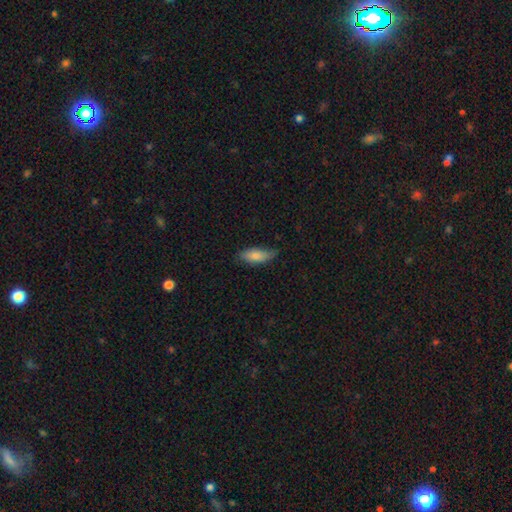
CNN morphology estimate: smooth_or_featured: smooth (p=0.80) [alt: featured or disk p=0.14]
how_rounded: in between (p=0.72) [alt: cigar-shaped p=0.26]
merging: none (p=0.65) [alt: minor disturbance p=0.29]